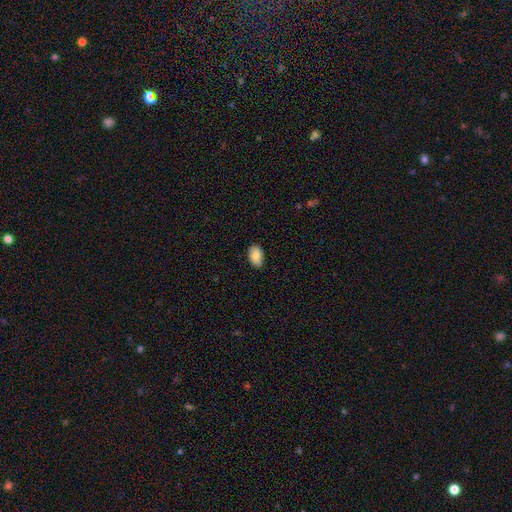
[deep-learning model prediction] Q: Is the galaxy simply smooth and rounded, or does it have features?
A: smooth — 83%.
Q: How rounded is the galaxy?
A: in between — 90%.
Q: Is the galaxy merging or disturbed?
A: none — 86%.